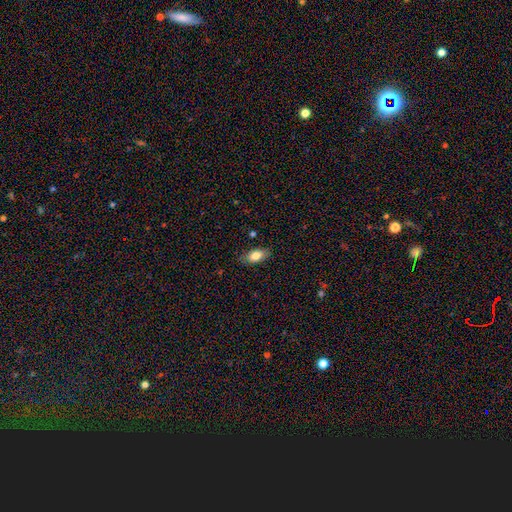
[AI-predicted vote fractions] Smooth or featured? Predicted: smooth (p=0.82). How rounded? Predicted: in between (p=0.89). Merging? Predicted: none (p=0.82).